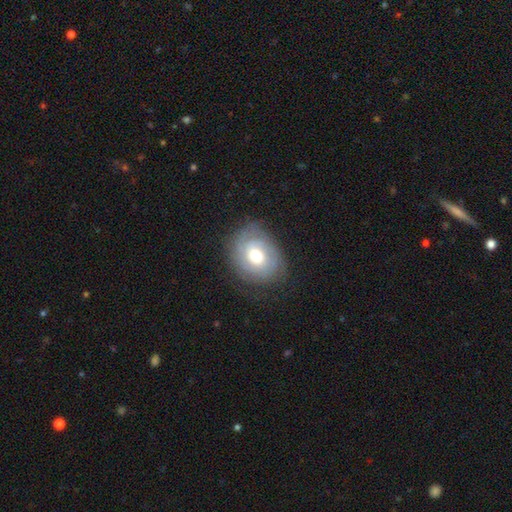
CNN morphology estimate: Smooth or featured?
  - featured or disk: 57% *
  - smooth: 35%
  - star or artifact: 8%
Edge-on disk?
  - no: 96% *
  - yes: 4%
Bar?
  - no: 72% *
  - weak: 24%
  - strong: 5%
Spiral arms?
  - yes: 74% *
  - no: 26%
Bulge size?
  - moderate: 61% *
  - large: 28%
  - small: 7%
  - dominant: 2%
  - none: 1%
Merging?
  - none: 72% *
  - minor disturbance: 19%
  - major disturbance: 8%
  - merger: 1%